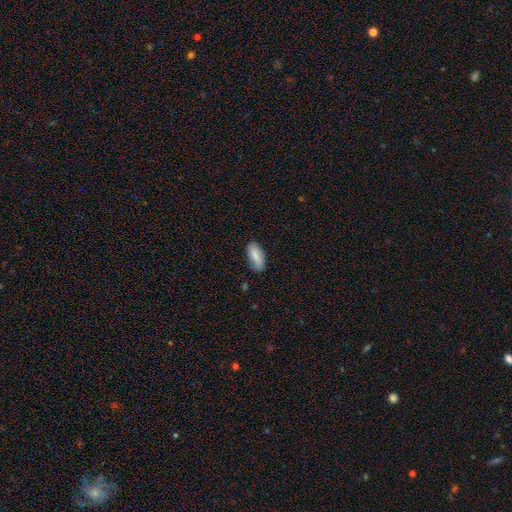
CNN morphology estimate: smooth 82%, featured or disk 12%, star or artifact 6%. Down the decision tree: how rounded — in between (85%); merging — none (74%).